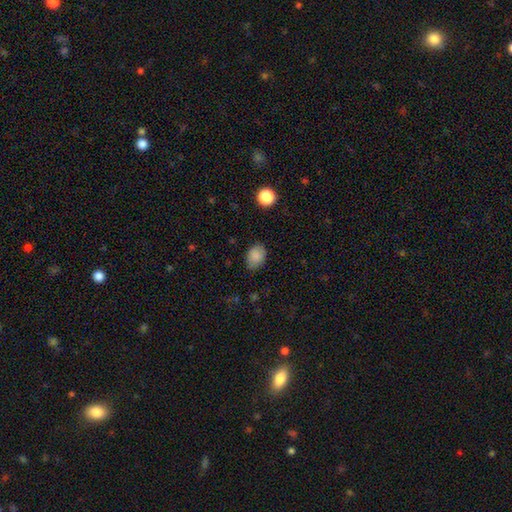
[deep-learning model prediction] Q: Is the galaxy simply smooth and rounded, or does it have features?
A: smooth — 86%.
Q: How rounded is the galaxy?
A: in between — 66%.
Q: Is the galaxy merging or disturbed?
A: none — 77%.